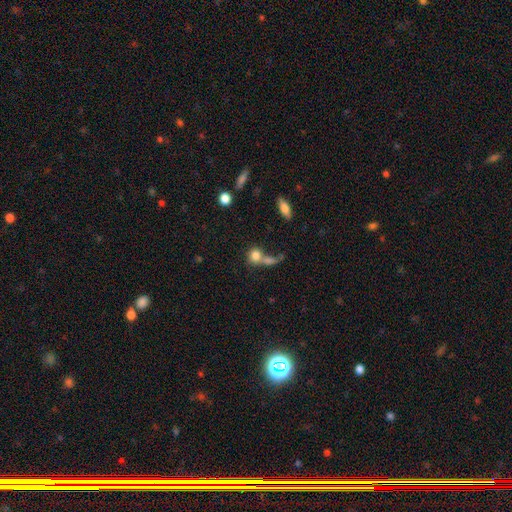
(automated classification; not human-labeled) This is likely a smooth galaxy (79%). How rounded: likely round (68%). Merging: possibly merger (48%).